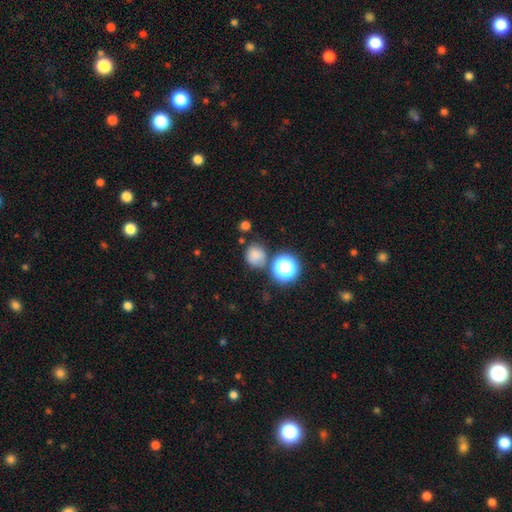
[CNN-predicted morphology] smooth 77%, star or artifact 16%, featured or disk 7%. Down the decision tree: how rounded — round (81%); merging — none (70%).